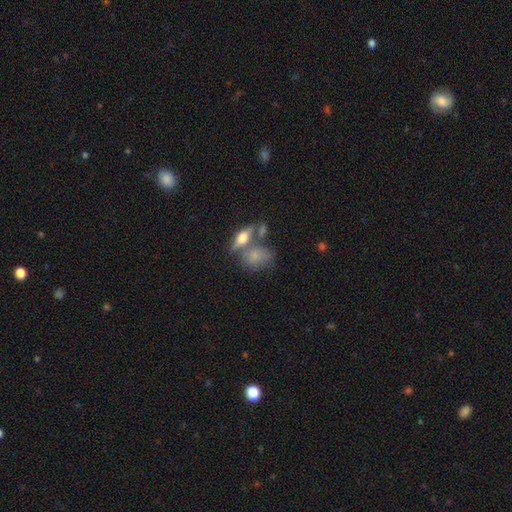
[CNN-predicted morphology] smooth-or-featured: smooth: 65% | featured or disk: 26% | star or artifact: 9%
  how-rounded: in between: 64% | round: 29% | cigar-shaped: 7%
  merging: none: 44% | merger: 31% | minor disturbance: 17% | major disturbance: 8%